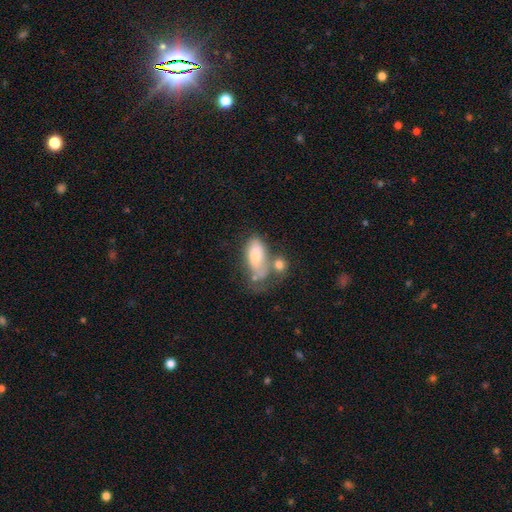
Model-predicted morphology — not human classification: This is likely a smooth galaxy (62%). How rounded: clearly in between (88%). Merging: marginally merger (34%).